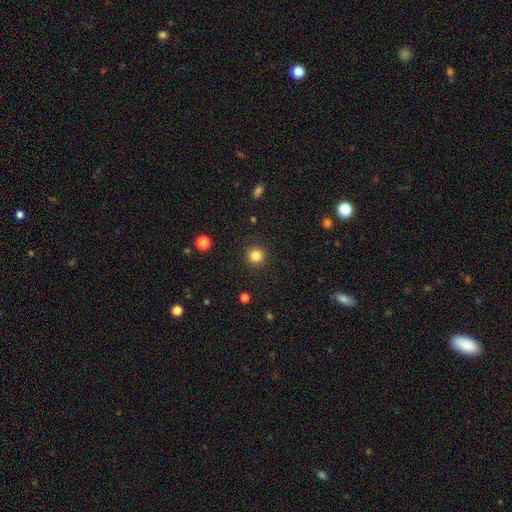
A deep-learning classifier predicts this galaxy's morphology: A smooth galaxy with no disk features (83%) that is round (94%).

Vote fractions:
- Smooth or featured? smooth: 83% / star or artifact: 12% / featured or disk: 5%
- How rounded? round: 94% / in between: 5% / cigar-shaped: 1%
- Merging? none: 92% / minor disturbance: 5% / major disturbance: 2% / merger: 1%